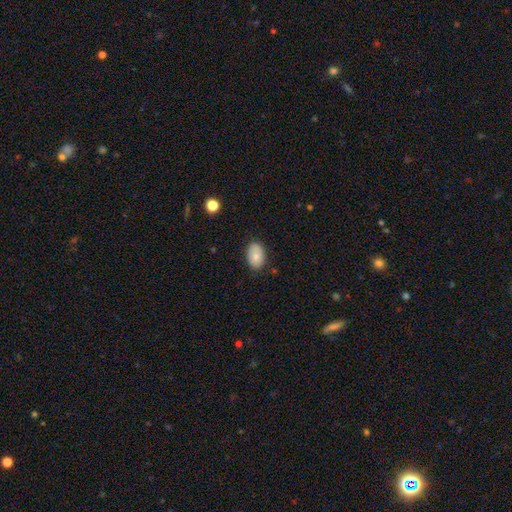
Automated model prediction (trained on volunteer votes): Smooth or featured? smooth (81%)
How rounded? in between (89%)
Merging? none (83%)